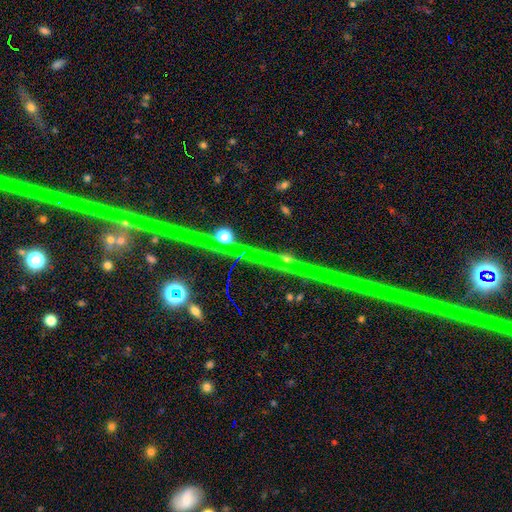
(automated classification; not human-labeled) Smooth or featured? star or artifact (49%)